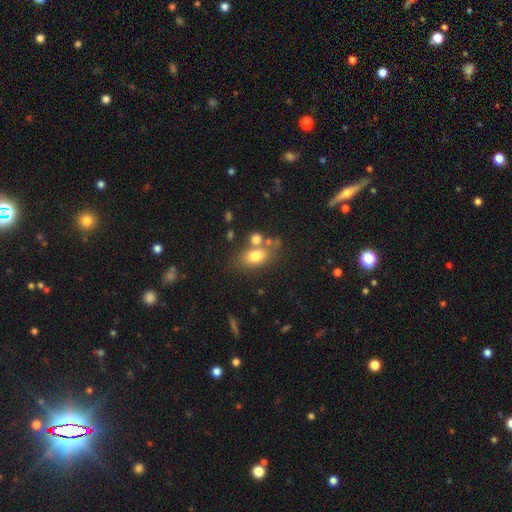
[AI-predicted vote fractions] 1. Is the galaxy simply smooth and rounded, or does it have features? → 75% smooth, 14% featured or disk, 10% star or artifact.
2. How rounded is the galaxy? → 78% in between, 20% round, 2% cigar-shaped.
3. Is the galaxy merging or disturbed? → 57% none, 23% merger, 14% minor disturbance, 6% major disturbance.